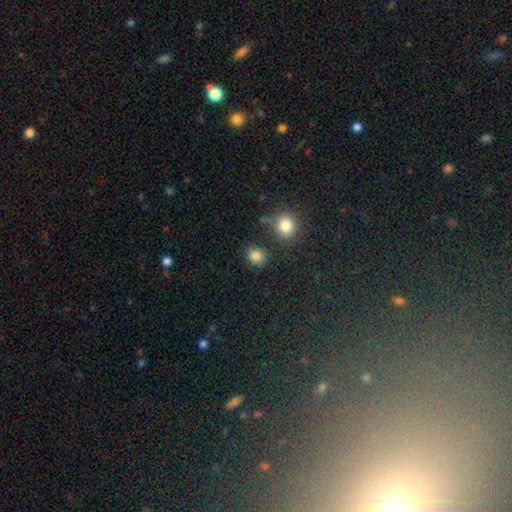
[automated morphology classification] Smooth or featured? smooth (84%)
How rounded? round (72%)
Merging? none (81%)